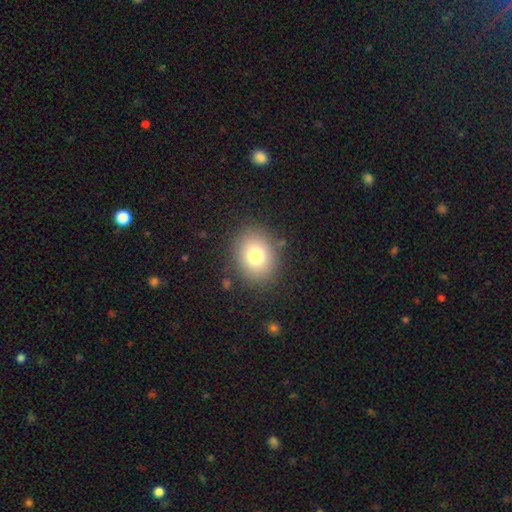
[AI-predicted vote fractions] smooth_or_featured: smooth (p=0.77) [alt: star or artifact p=0.12]
how_rounded: round (p=0.58) [alt: in between p=0.41]
merging: none (p=0.85) [alt: minor disturbance p=0.10]